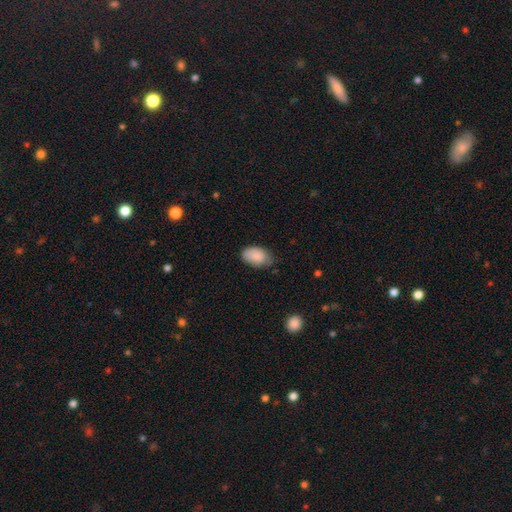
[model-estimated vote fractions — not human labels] A smooth galaxy with no disk features (86%) that is in between round and cigar-shaped (92%).

Vote fractions:
- Smooth or featured? smooth: 86% / star or artifact: 7% / featured or disk: 7%
- How rounded? in between: 92% / round: 7% / cigar-shaped: 1%
- Merging? none: 64% / minor disturbance: 29% / major disturbance: 5% / merger: 1%